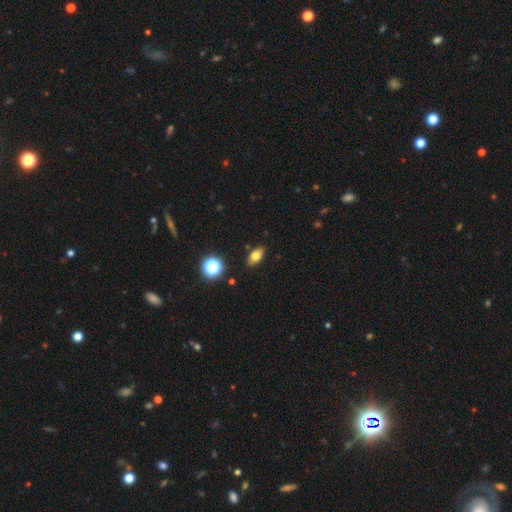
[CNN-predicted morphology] Smooth or featured?
  - smooth: 74% *
  - featured or disk: 15%
  - star or artifact: 12%
How rounded?
  - in between: 82% *
  - round: 10%
  - cigar-shaped: 7%
Merging?
  - none: 87% *
  - minor disturbance: 9%
  - major disturbance: 2%
  - merger: 2%